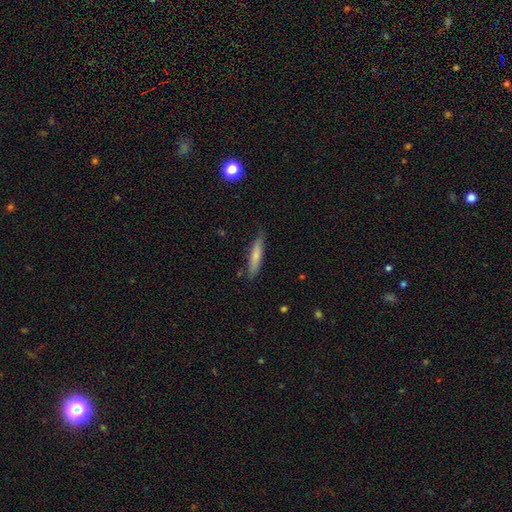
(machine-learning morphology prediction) This appears to be a smooth galaxy with no disk features (71%) that is cigar-shaped (86%). Merging: none (82%).